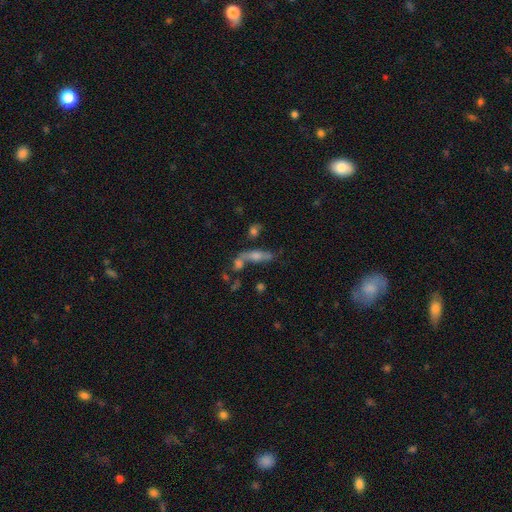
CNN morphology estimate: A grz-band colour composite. It shows a featured or disk galaxy (41%). Merging: none (38%).